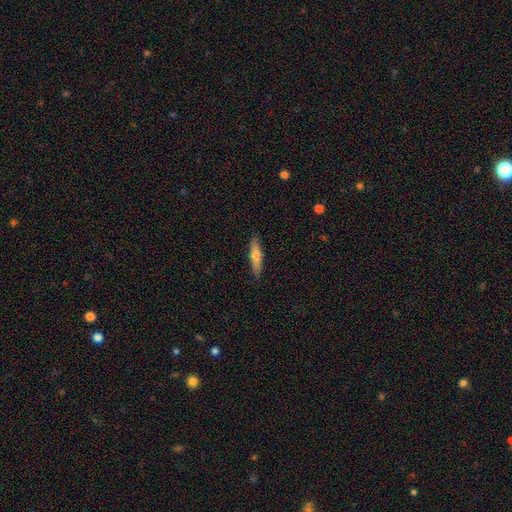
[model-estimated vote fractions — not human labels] Smooth or featured: smooth — 60% (featured or disk — 34%)
How rounded: cigar-shaped — 83% (in between — 16%)
Merging: none — 89% (minor disturbance — 8%)